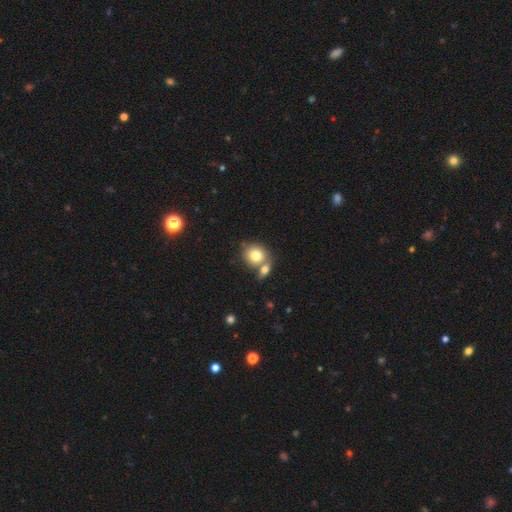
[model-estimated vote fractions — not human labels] smooth_or_featured: smooth (p=0.77) [alt: featured or disk p=0.14]
how_rounded: round (p=0.77) [alt: in between p=0.22]
merging: none (p=0.45) [alt: merger p=0.42]